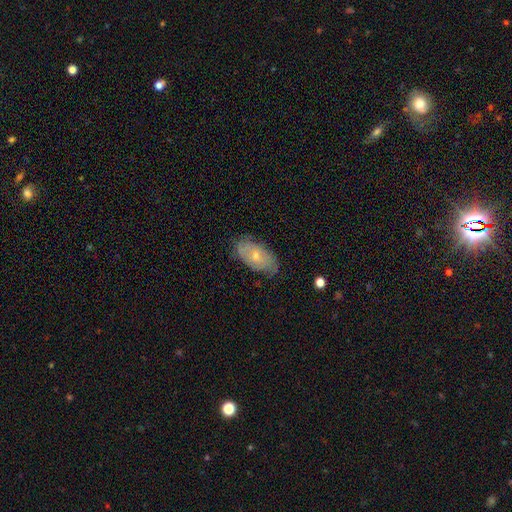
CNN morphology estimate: Smooth or featured?
  - smooth: 47% *
  - featured or disk: 46%
  - star or artifact: 7%
Merging?
  - none: 73% *
  - minor disturbance: 21%
  - major disturbance: 5%
  - merger: 1%